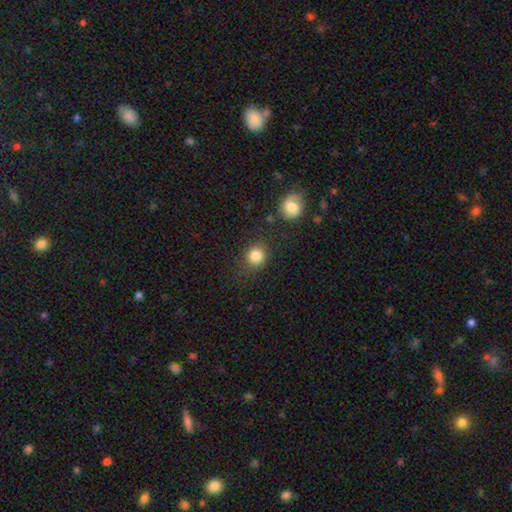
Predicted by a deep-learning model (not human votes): Morphology: type=smooth (84%); roundness=round (83%); merging=none (78%).